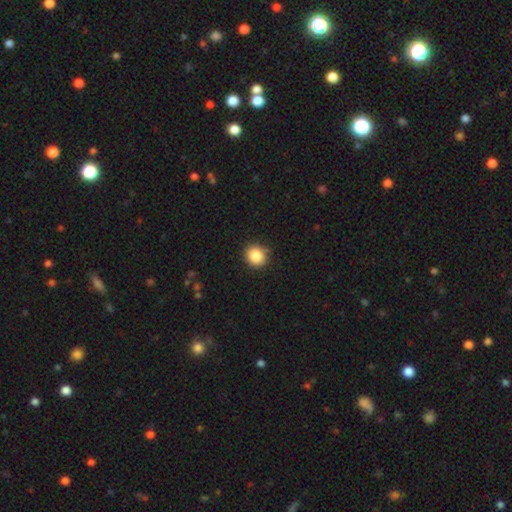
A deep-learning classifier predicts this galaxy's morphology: The model was most divided on "how rounded": round: 84%, in between: 15%, cigar-shaped: 1%. More confident: merging — none (87%); smooth or featured — smooth (87%).